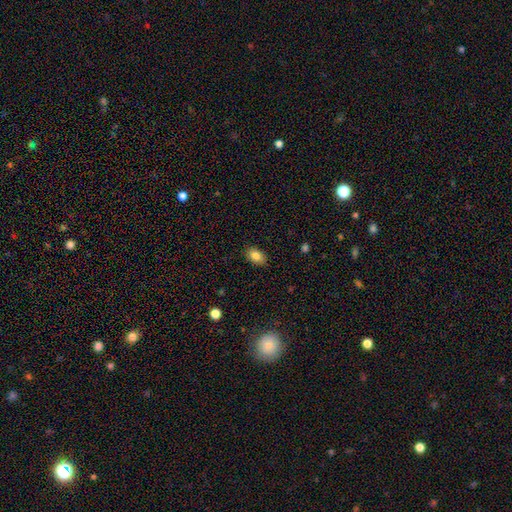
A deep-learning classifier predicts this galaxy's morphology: A smooth galaxy with no disk features (84%) that is in between round and cigar-shaped (84%). Merging: none (87%).